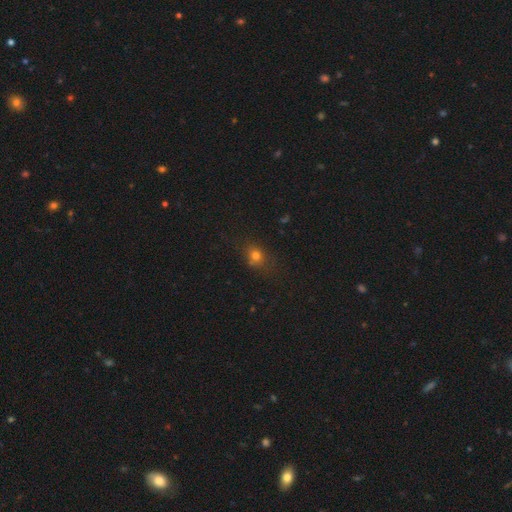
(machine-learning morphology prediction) This is likely a smooth galaxy (71%). How rounded: likely round (65%). Merging: likely none (71%).